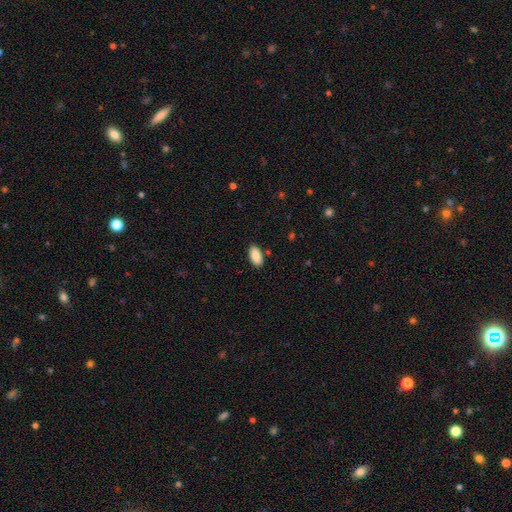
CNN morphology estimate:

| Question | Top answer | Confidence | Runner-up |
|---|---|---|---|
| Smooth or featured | smooth | 89% | star or artifact (6%) |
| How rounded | in between | 93% | cigar-shaped (5%) |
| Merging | none | 88% | minor disturbance (9%) |